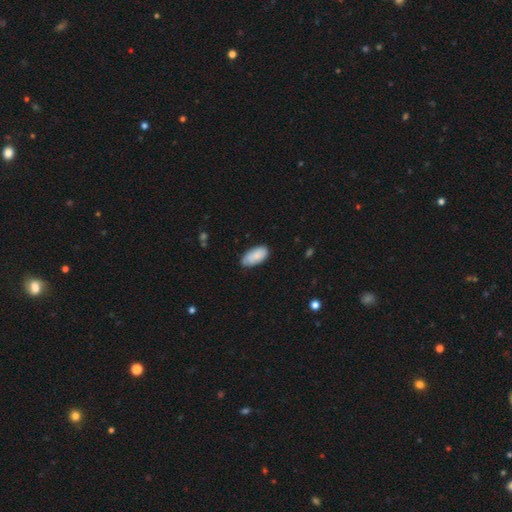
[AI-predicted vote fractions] Overall: smooth (81%). How rounded: in between (94%). Merging: none (65%; minor disturbance 28%).